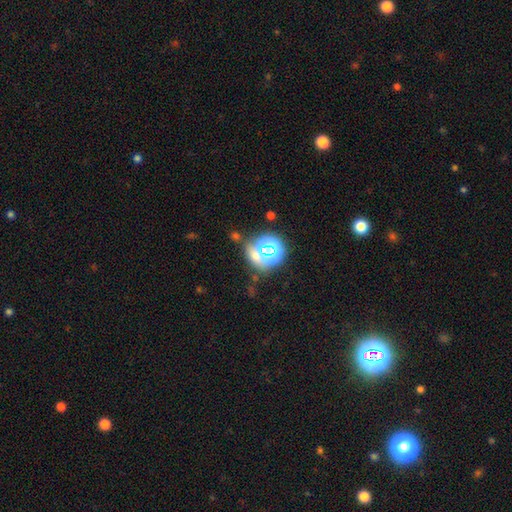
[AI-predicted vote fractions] smooth_or_featured: star or artifact (p=0.51) [alt: smooth p=0.37]